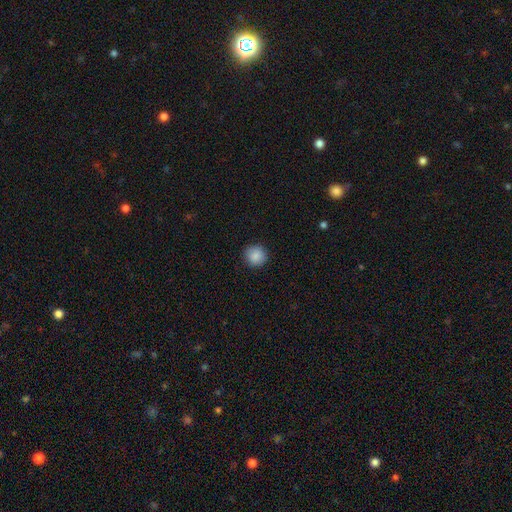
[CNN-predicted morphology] A smooth galaxy with no disk features (88%) that is round (93%).

Vote fractions:
- Smooth or featured? smooth: 88% / star or artifact: 8% / featured or disk: 4%
- How rounded? round: 93% / in between: 6% / cigar-shaped: 1%
- Merging? none: 91% / minor disturbance: 6% / major disturbance: 2% / merger: 1%